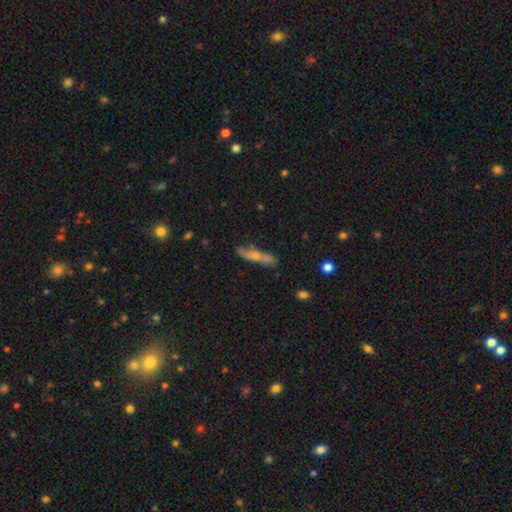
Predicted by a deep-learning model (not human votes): Smooth or featured?
  - smooth: 55% *
  - featured or disk: 38%
  - star or artifact: 7%
How rounded?
  - cigar-shaped: 80% *
  - in between: 17%
  - round: 2%
Merging?
  - none: 69% *
  - minor disturbance: 20%
  - merger: 6%
  - major disturbance: 5%